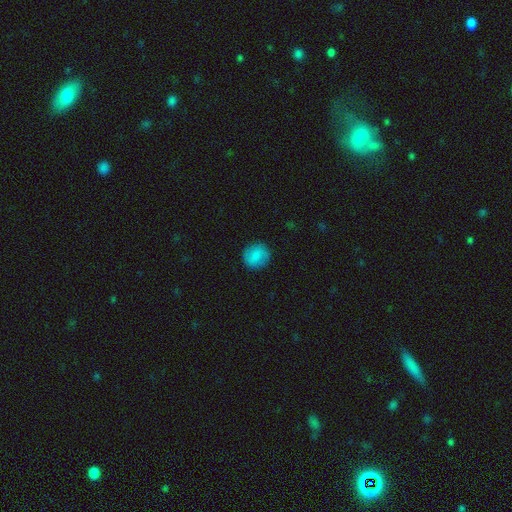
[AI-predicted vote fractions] smooth 80%, featured or disk 13%, star or artifact 8%. Down the decision tree: how rounded — round (87%); merging — none (88%).